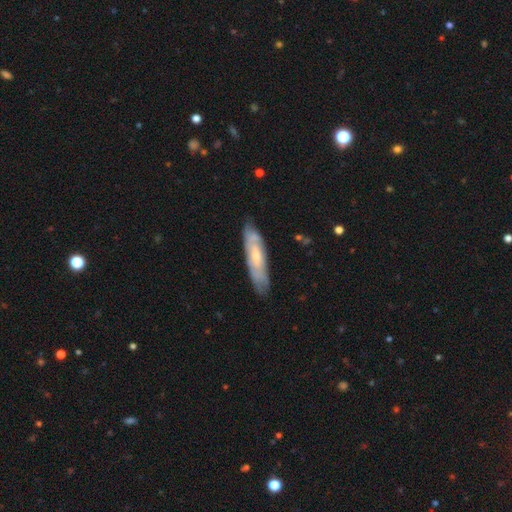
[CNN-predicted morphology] This appears to be a featured or disk galaxy (60%). Merging: none (75%).